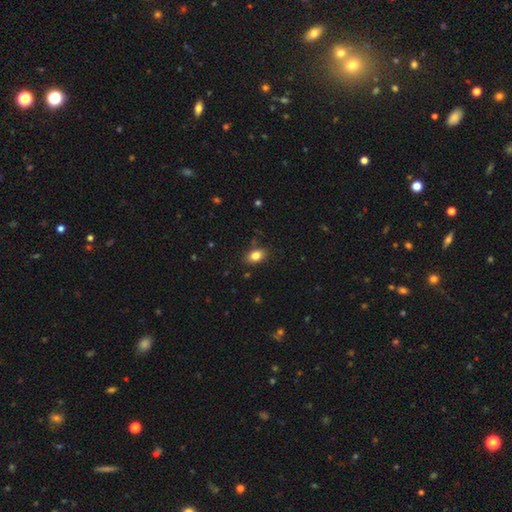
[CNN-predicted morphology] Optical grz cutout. It shows a smooth galaxy with no disk features (83%) that is in between round and cigar-shaped (80%). Merging: none (84%).